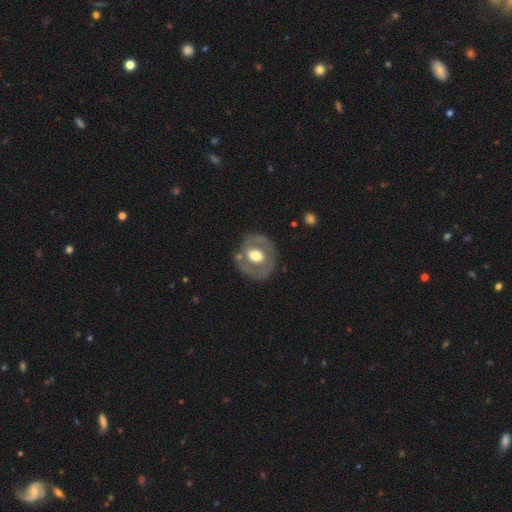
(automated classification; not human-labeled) Q: Smooth or featured?
A: featured or disk (55%); runner-up: smooth (40%)
Q: Edge-on disk?
A: no (95%); runner-up: yes (5%)
Q: Bar?
A: no (71%); runner-up: weak (21%)
Q: Spiral arms?
A: no (78%); runner-up: yes (22%)
Q: Bulge size?
A: moderate (57%); runner-up: large (36%)
Q: Merging?
A: none (75%); runner-up: minor disturbance (15%)